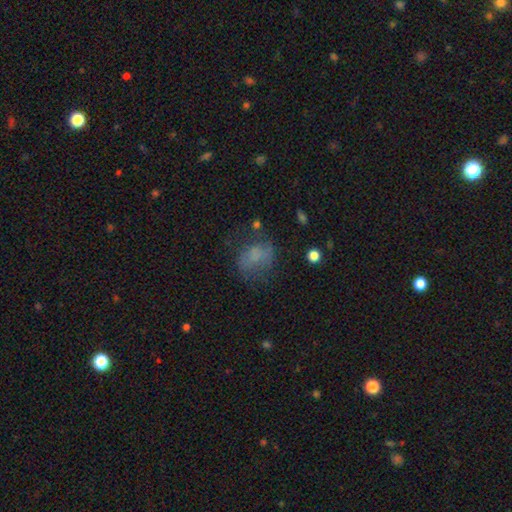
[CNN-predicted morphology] A smooth galaxy with no disk features (58%) that is in between round and cigar-shaped (60%).

Vote fractions:
- Smooth or featured? smooth: 58% / featured or disk: 26% / star or artifact: 16%
- How rounded? in between: 60% / round: 38% / cigar-shaped: 2%
- Merging? none: 49% / minor disturbance: 24% / major disturbance: 23% / merger: 4%